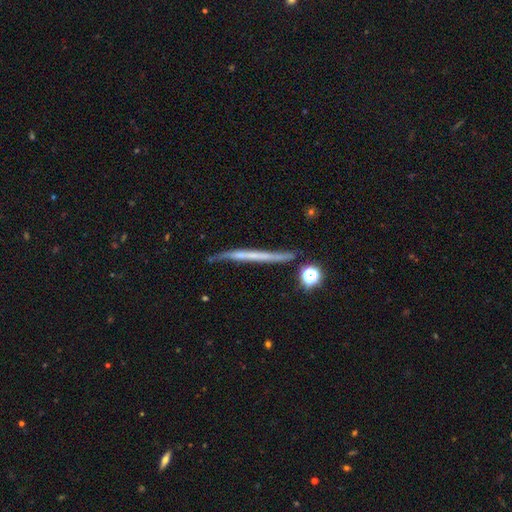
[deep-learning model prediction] A featured or disk galaxy (58%) viewed edge-on (92%) with no central bulge (86%). Merging: none (73%).